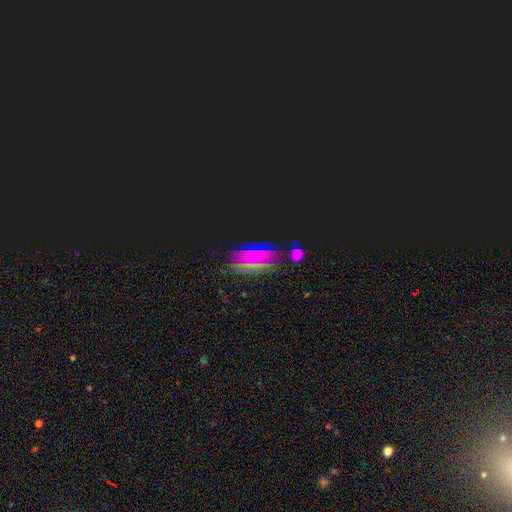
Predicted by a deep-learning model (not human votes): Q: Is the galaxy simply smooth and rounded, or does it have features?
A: star or artifact — 53%.